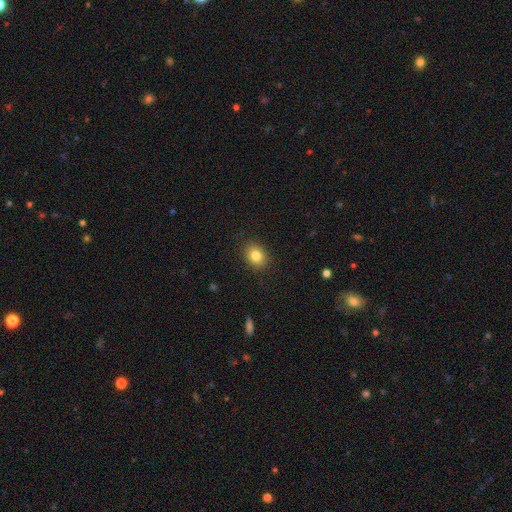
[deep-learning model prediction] Q: Smooth or featured?
A: smooth (82%); runner-up: star or artifact (10%)
Q: How rounded?
A: in between (51%); runner-up: round (48%)
Q: Merging?
A: none (89%); runner-up: minor disturbance (8%)